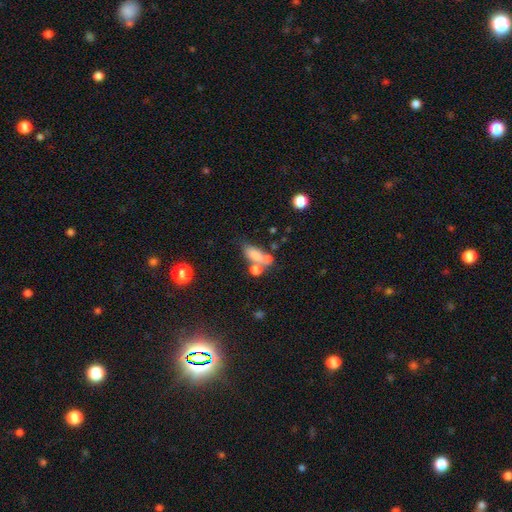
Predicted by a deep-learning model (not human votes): Smooth or featured? Predicted: smooth (p=0.73). How rounded? Predicted: in between (p=0.76). Merging? Predicted: merger (p=0.41).